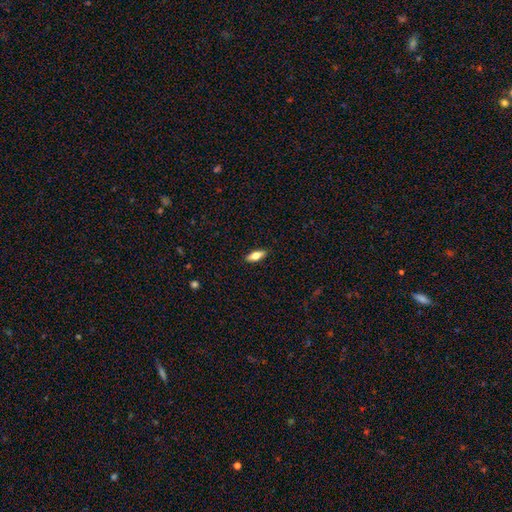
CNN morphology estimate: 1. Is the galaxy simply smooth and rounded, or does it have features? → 67% smooth, 27% featured or disk, 7% star or artifact.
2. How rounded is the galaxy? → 72% in between, 25% cigar-shaped, 3% round.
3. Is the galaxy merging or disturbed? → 89% none, 8% minor disturbance, 2% major disturbance, 1% merger.